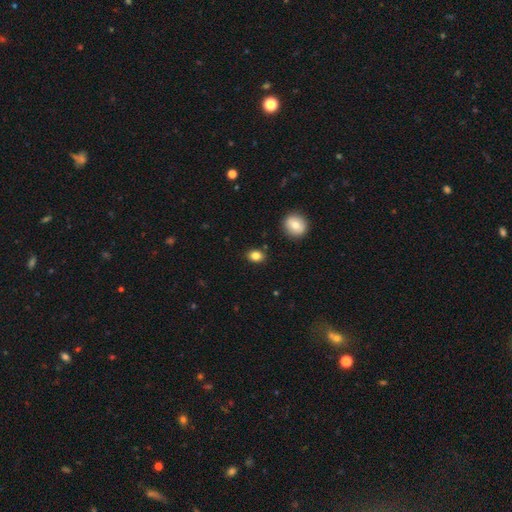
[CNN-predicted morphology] smooth 84%, star or artifact 11%, featured or disk 6%. Down the decision tree: how rounded — in between (55%); merging — none (87%).